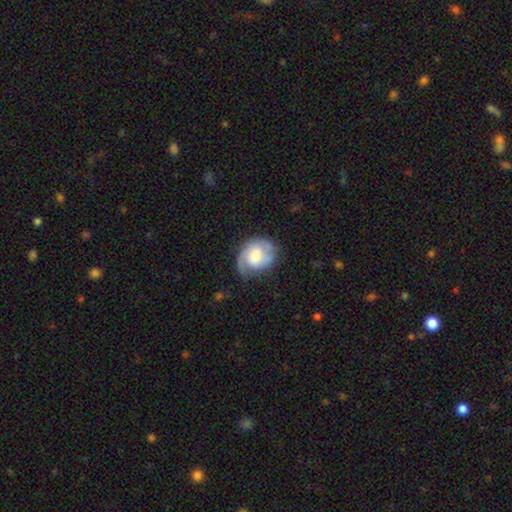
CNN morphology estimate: This is likely a featured or disk galaxy (63%). It is clearly not viewed edge-on (98%). Bar: possibly no (59%). Spiral arm pattern: clearly yes (88%). Spiral arm count: likely 2 (63%). Spiral winding: marginally medium (42%). Central bulge: marginally large (35%). Merging: possibly none (60%).